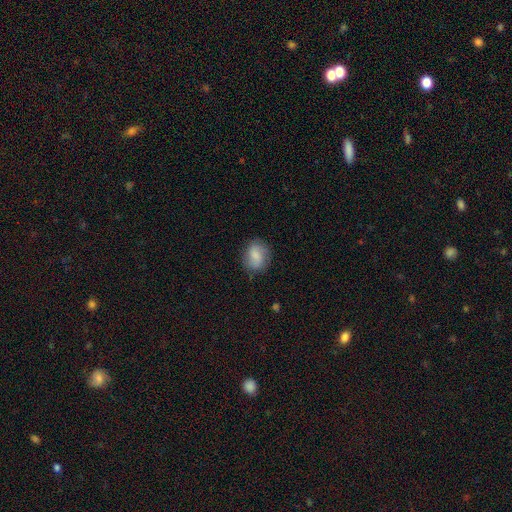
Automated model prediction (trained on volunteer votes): Smooth or featured? Predicted: smooth (p=0.71). How rounded? Predicted: round (p=0.53). Merging? Predicted: none (p=0.78).